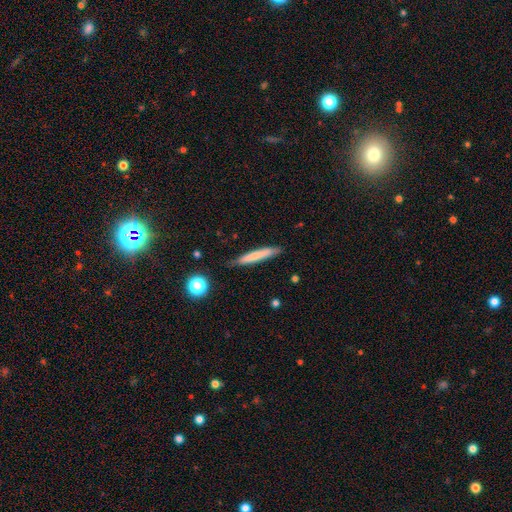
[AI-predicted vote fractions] This is likely a smooth galaxy (69%). How rounded: clearly cigar-shaped (95%). Merging: clearly none (84%).